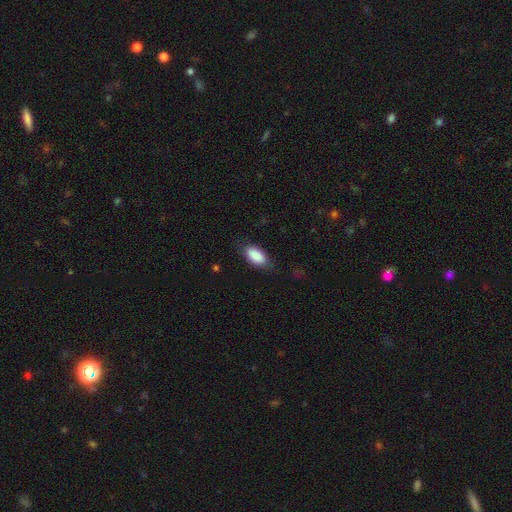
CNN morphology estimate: Overall: smooth (89%). How rounded: in between (93%). Merging: none (75%).